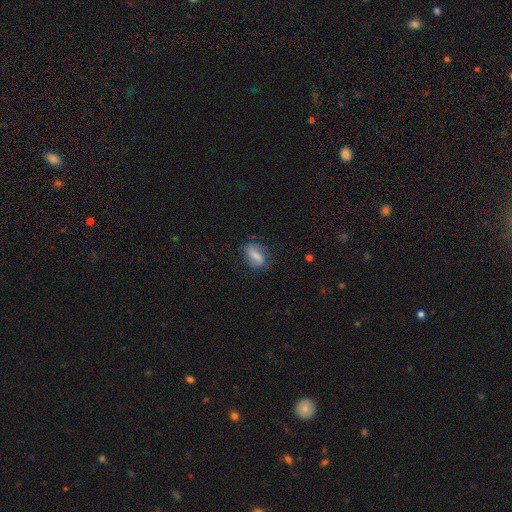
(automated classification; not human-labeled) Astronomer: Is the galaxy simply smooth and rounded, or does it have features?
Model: smooth — 60%.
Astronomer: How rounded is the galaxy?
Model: in between — 81%.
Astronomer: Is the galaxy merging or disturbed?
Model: none — 62%.